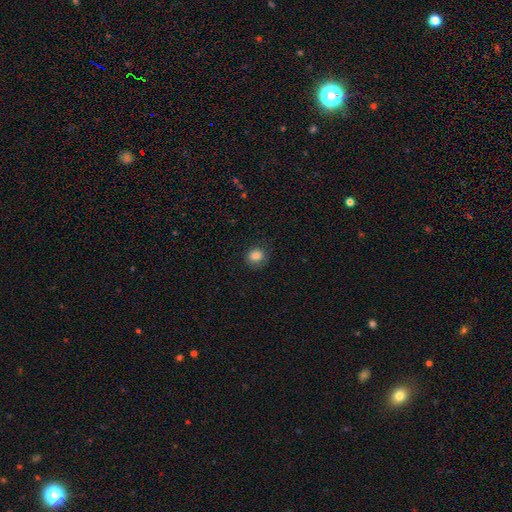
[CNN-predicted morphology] This appears to be a smooth galaxy with no disk features (84%) that is round (76%). Merging: none (80%).